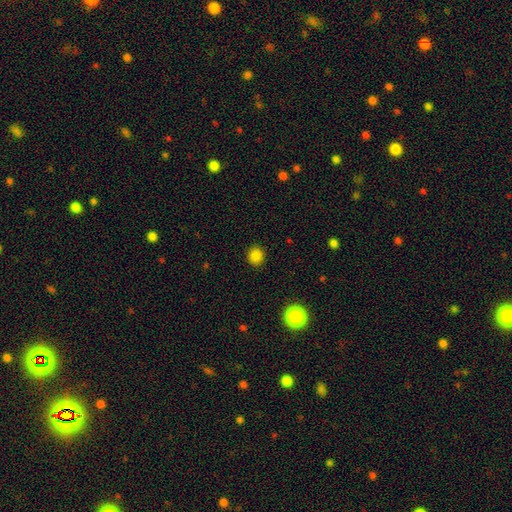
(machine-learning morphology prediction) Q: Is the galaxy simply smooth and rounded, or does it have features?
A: smooth — 83%.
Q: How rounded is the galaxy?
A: round — 86%.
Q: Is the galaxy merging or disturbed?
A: none — 91%.